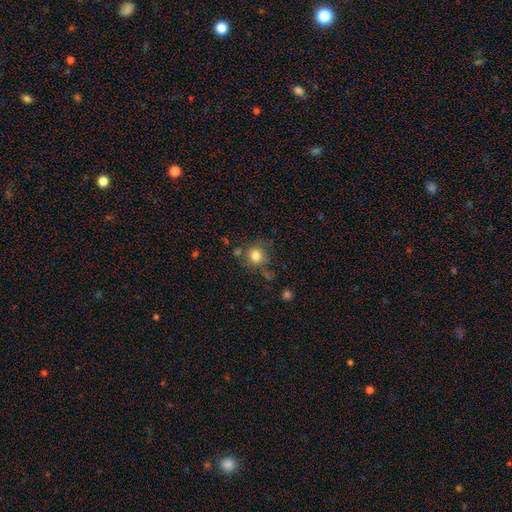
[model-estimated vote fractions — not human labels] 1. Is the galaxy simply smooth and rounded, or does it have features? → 79% smooth, 11% star or artifact, 10% featured or disk.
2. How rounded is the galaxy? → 85% round, 15% in between, 1% cigar-shaped.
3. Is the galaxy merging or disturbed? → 66% none, 18% minor disturbance, 9% merger, 8% major disturbance.